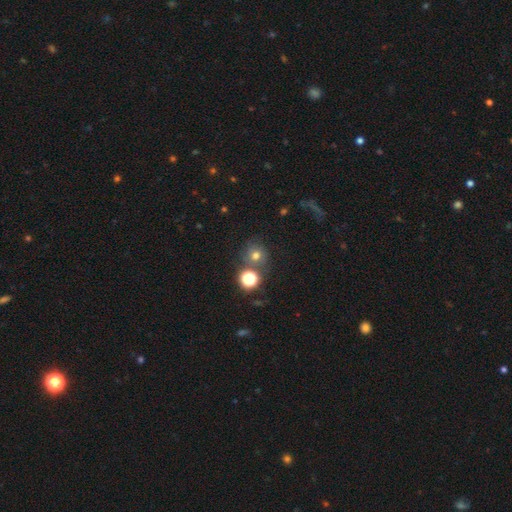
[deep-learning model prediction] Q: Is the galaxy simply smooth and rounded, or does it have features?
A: smooth — 66%.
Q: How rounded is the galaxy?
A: round — 88%.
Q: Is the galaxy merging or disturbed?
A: none — 71%.